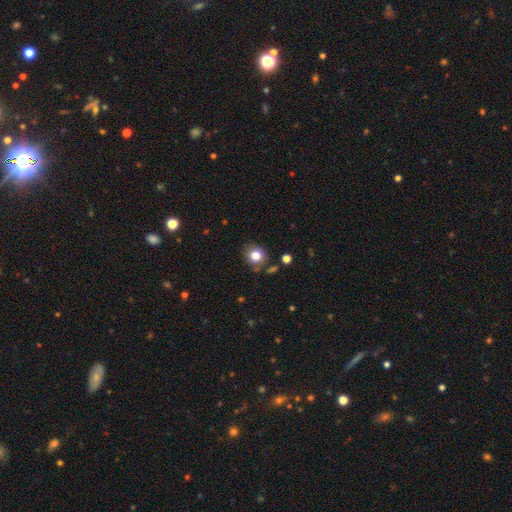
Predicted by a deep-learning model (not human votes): The model was most divided on "how rounded": round: 80%, in between: 19%, cigar-shaped: 1%. More confident: smooth or featured — smooth (81%); merging — none (80%).